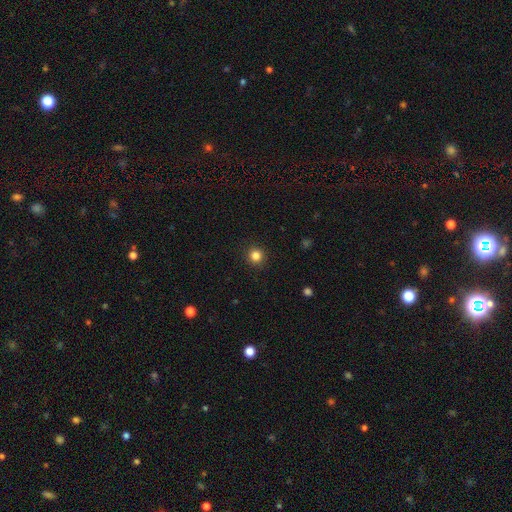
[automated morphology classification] Smooth or featured? smooth (84%)
How rounded? round (94%)
Merging? none (92%)